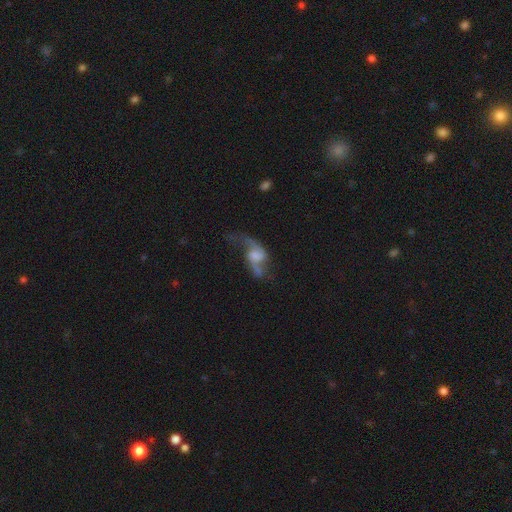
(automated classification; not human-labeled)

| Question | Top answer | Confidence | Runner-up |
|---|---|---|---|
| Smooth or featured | featured or disk | 77% | smooth (15%) |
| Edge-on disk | no | 95% | yes (5%) |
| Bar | no | 54% | weak (37%) |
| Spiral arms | yes | 90% | no (10%) |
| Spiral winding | loose | 83% | medium (14%) |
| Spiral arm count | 2 | 88% | 1 (6%) |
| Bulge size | moderate | 36% | small (30%) |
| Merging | none | 49% | major disturbance (26%) |